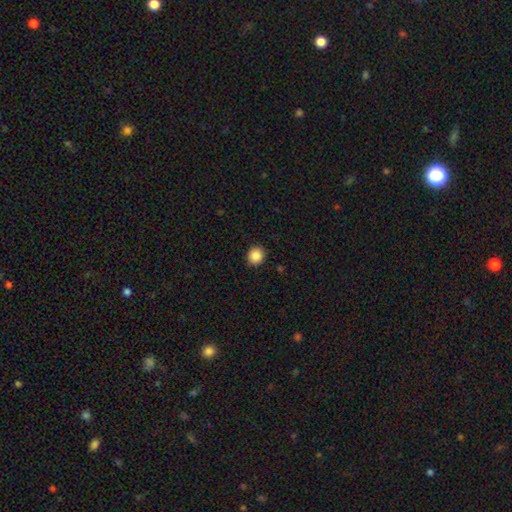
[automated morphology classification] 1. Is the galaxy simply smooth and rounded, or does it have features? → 87% smooth, 10% star or artifact, 3% featured or disk.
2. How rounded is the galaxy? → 87% round, 12% in between, 1% cigar-shaped.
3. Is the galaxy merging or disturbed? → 91% none, 6% minor disturbance, 2% major disturbance, 1% merger.